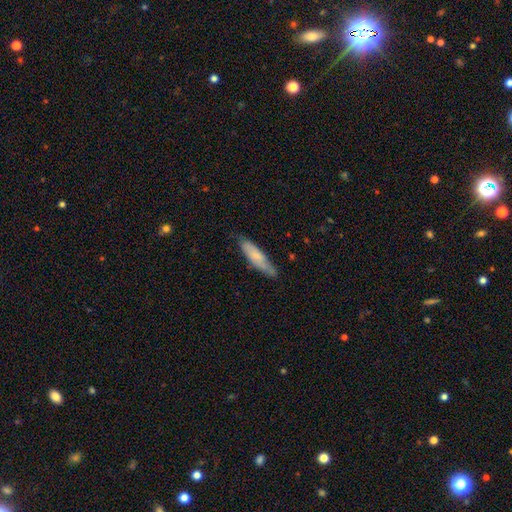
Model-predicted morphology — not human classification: This is likely a smooth galaxy (70%). How rounded: likely cigar-shaped (73%). Merging: likely none (72%).